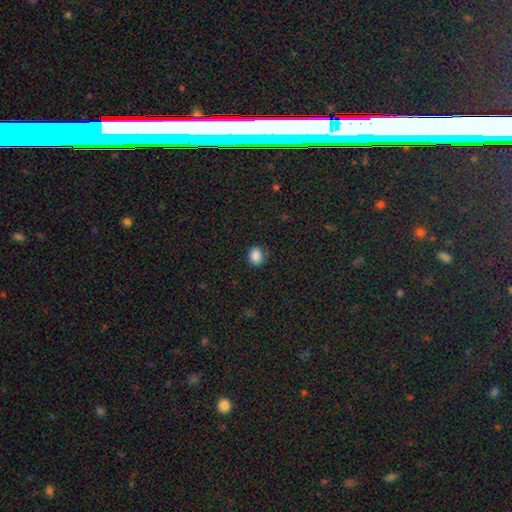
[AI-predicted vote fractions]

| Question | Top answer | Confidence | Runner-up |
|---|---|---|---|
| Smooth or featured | smooth | 86% | star or artifact (10%) |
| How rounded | round | 71% | in between (29%) |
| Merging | none | 87% | minor disturbance (10%) |